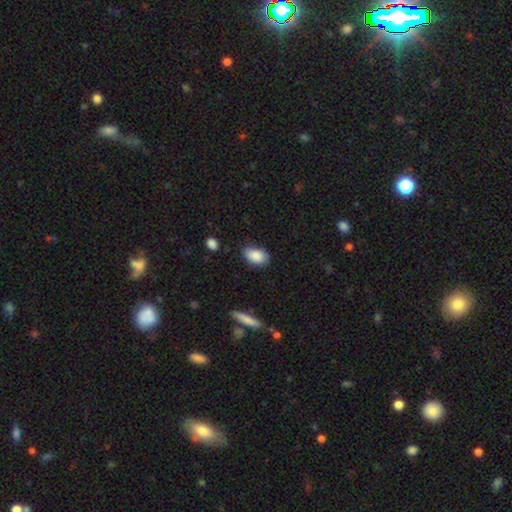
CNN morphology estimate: smooth_or_featured: smooth (p=0.87) [alt: star or artifact p=0.07]
how_rounded: in between (p=0.89) [alt: round p=0.09]
merging: none (p=0.79) [alt: minor disturbance p=0.16]